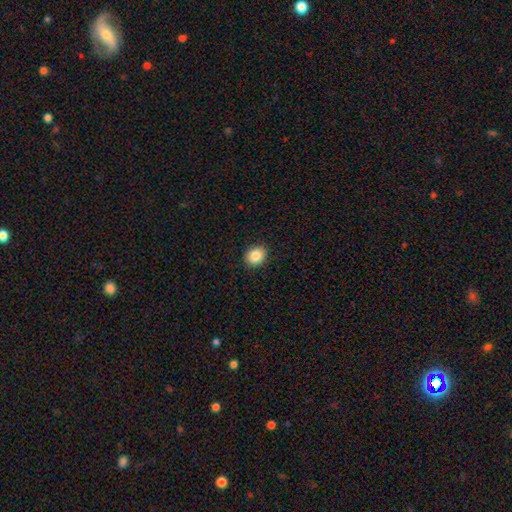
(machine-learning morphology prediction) smooth 86%, star or artifact 9%, featured or disk 5%. Down the decision tree: how rounded — round (59%); merging — none (90%).